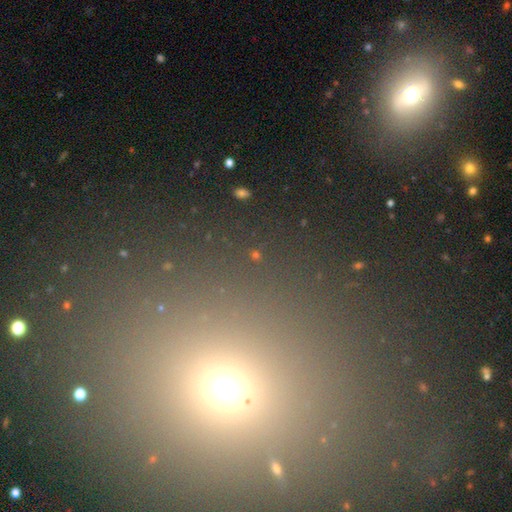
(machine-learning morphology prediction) smooth_or_featured: star or artifact (p=0.57) [alt: smooth p=0.32]